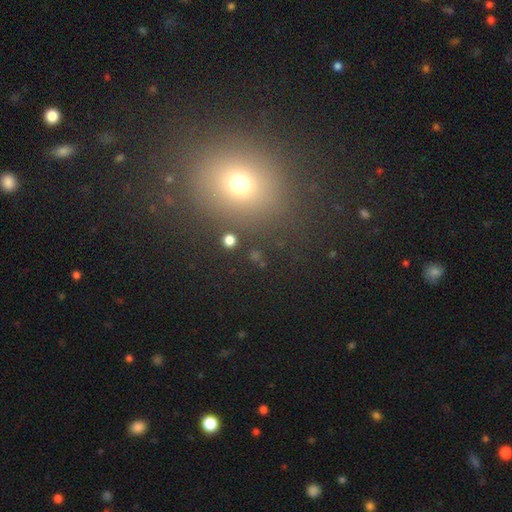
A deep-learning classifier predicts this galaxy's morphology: A smooth galaxy with no disk features (56%) that is round (70%).

Vote fractions:
- Smooth or featured? smooth: 56% / star or artifact: 33% / featured or disk: 11%
- How rounded? round: 70% / in between: 27% / cigar-shaped: 3%
- Merging? none: 82% / minor disturbance: 9% / major disturbance: 5% / merger: 5%